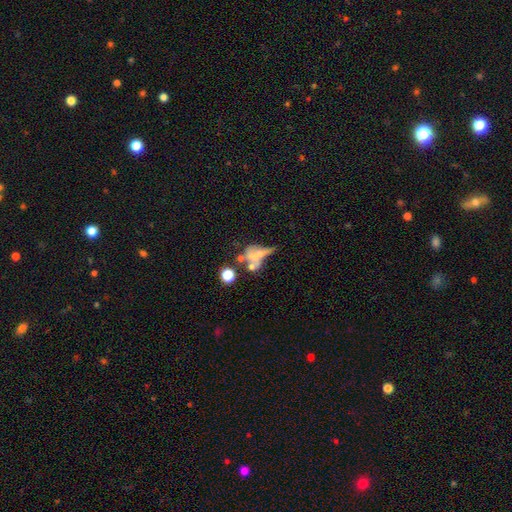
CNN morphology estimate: Smooth or featured?
  - featured or disk: 43% *
  - smooth: 39%
  - star or artifact: 18%
Merging?
  - merger: 41% *
  - major disturbance: 27%
  - none: 20%
  - minor disturbance: 13%